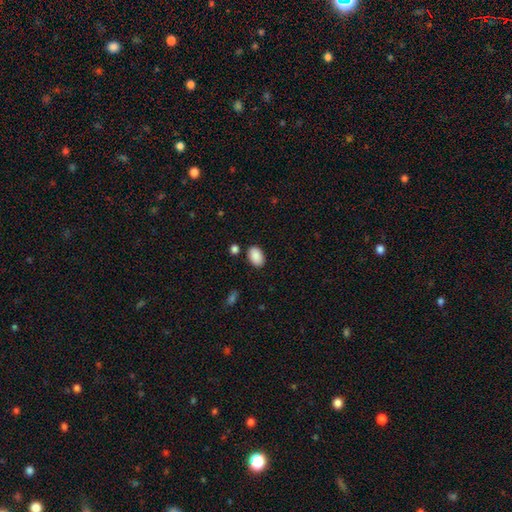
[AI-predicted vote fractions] A smooth galaxy with no disk features (90%) that is in between round and cigar-shaped (91%).

Vote fractions:
- Smooth or featured? smooth: 90% / star or artifact: 7% / featured or disk: 3%
- How rounded? in between: 91% / round: 8% / cigar-shaped: 1%
- Merging? none: 84% / minor disturbance: 10% / merger: 3% / major disturbance: 3%